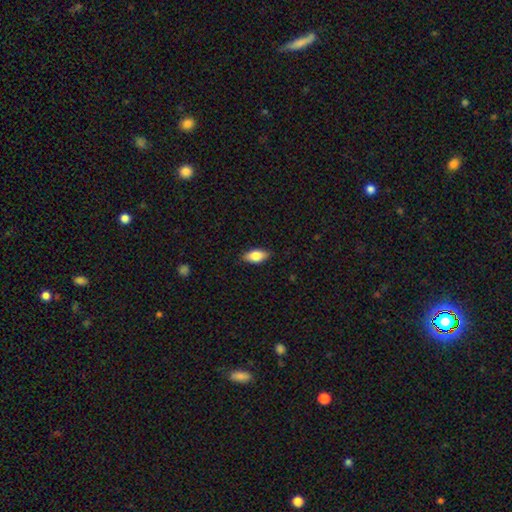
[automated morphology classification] smooth-or-featured: smooth: 78% | featured or disk: 16% | star or artifact: 7%
  how-rounded: in between: 88% | cigar-shaped: 8% | round: 4%
  merging: none: 86% | minor disturbance: 11% | major disturbance: 2% | merger: 1%